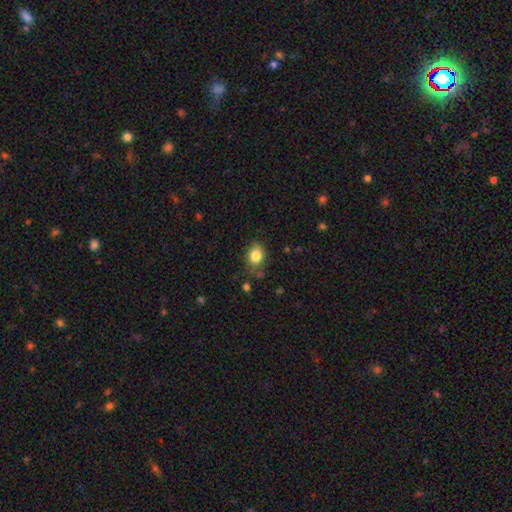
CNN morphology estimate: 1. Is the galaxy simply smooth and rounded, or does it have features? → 83% smooth, 10% star or artifact, 7% featured or disk.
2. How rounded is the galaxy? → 55% round, 44% in between, 1% cigar-shaped.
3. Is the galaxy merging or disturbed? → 74% none, 18% minor disturbance, 4% major disturbance, 3% merger.